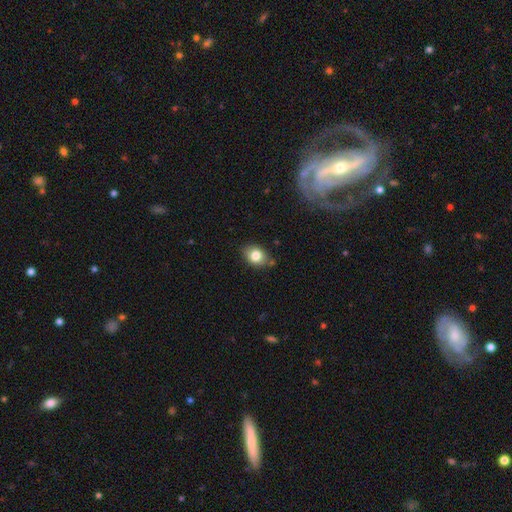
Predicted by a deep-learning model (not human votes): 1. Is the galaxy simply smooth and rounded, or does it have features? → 81% smooth, 10% featured or disk, 9% star or artifact.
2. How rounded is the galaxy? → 62% in between, 37% round, 1% cigar-shaped.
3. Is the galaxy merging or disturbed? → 77% none, 16% minor disturbance, 4% merger, 3% major disturbance.